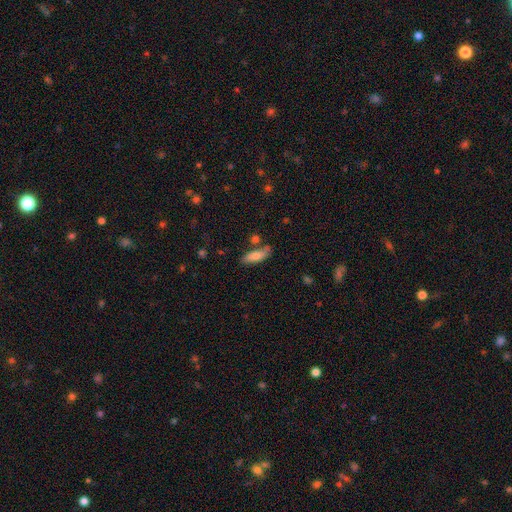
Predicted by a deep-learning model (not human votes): This appears to be a smooth galaxy with no disk features (77%) that is in between round and cigar-shaped (56%). Merging: none (68%).